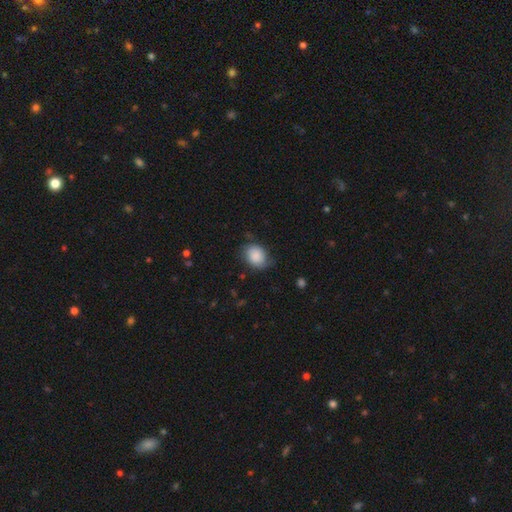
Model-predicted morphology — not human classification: smooth 84%, featured or disk 9%, star or artifact 7%. Down the decision tree: how rounded — in between (50%); merging — none (65%).